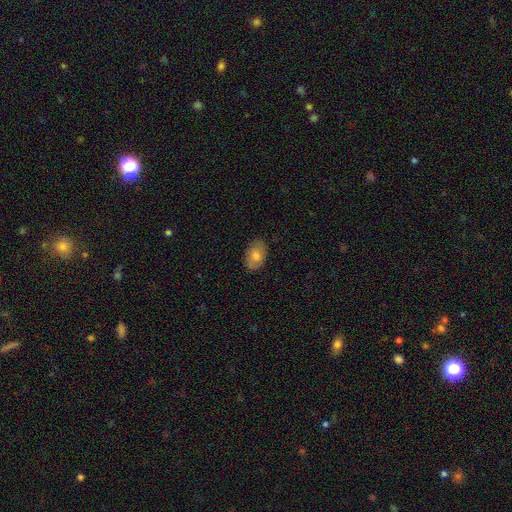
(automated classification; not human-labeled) smooth-or-featured: smooth: 72% | featured or disk: 20% | star or artifact: 8%
  how-rounded: in between: 89% | round: 10% | cigar-shaped: 1%
  merging: none: 85% | minor disturbance: 11% | major disturbance: 2% | merger: 1%